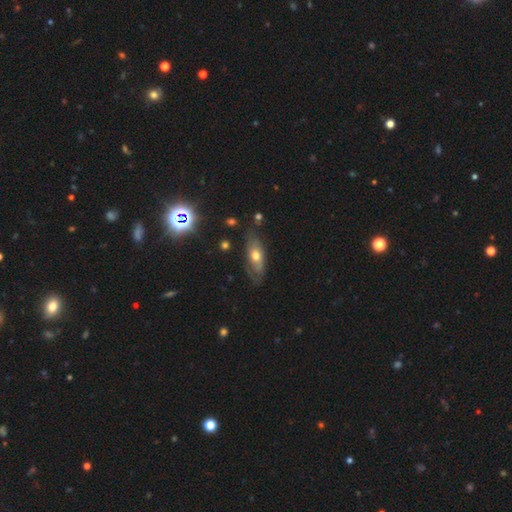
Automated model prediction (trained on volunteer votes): smooth 46%, featured or disk 45%, star or artifact 9%. Down the decision tree: merging — none (65%).